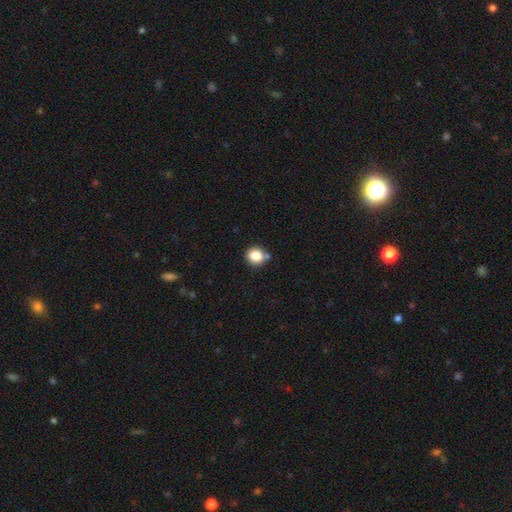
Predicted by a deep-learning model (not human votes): Q: Smooth or featured?
A: smooth (84%); runner-up: star or artifact (10%)
Q: How rounded?
A: round (84%); runner-up: in between (15%)
Q: Merging?
A: none (73%); runner-up: minor disturbance (12%)